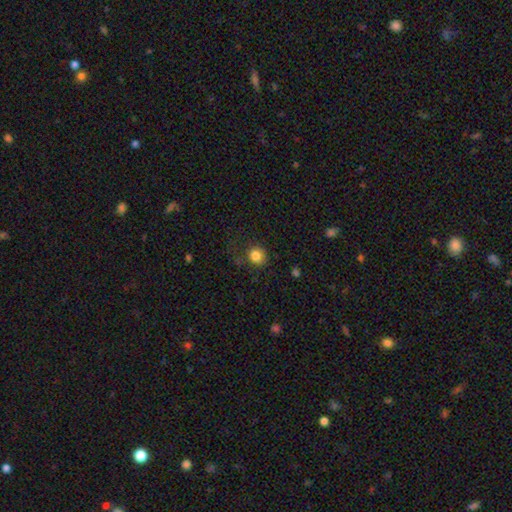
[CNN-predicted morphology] Smooth or featured? smooth (83%)
How rounded? round (86%)
Merging? none (77%)